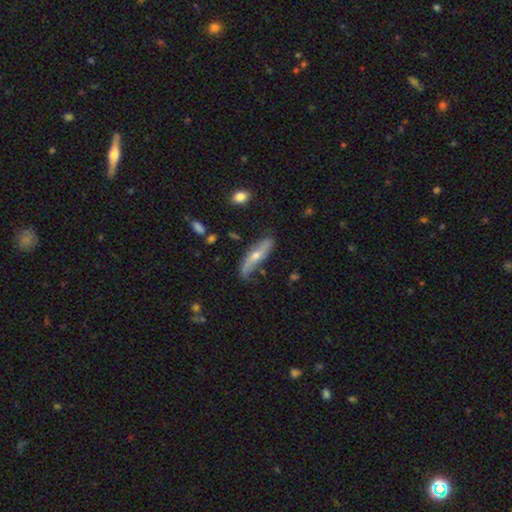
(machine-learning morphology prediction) Smooth or featured? Predicted: featured or disk (p=0.61). Edge-on disk? Predicted: no (p=0.55). Merging? Predicted: none (p=0.65).